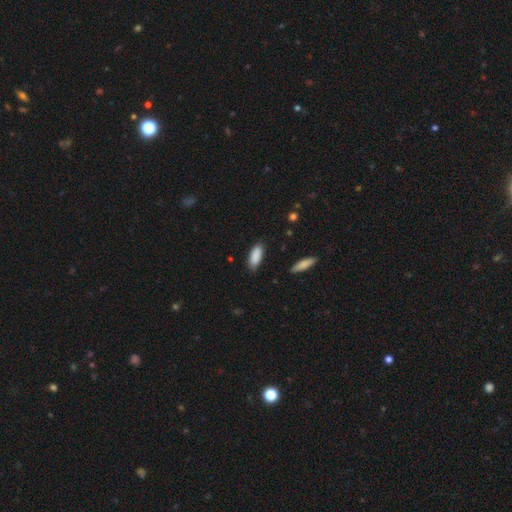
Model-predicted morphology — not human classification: smooth_or_featured: smooth (p=0.89) [alt: star or artifact p=0.06]
how_rounded: in between (p=0.77) [alt: cigar-shaped p=0.21]
merging: none (p=0.83) [alt: minor disturbance p=0.13]